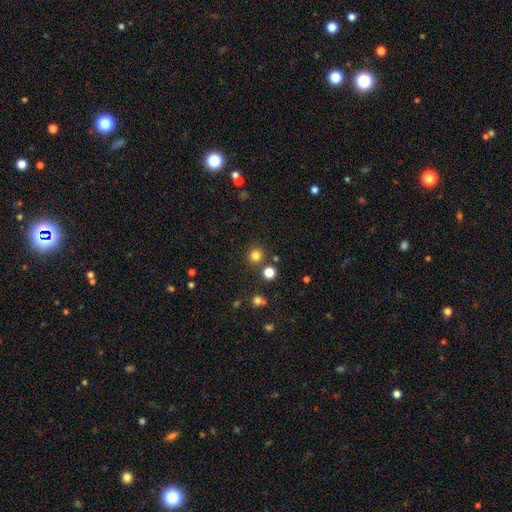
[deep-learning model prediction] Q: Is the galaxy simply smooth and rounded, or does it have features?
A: smooth — 80%.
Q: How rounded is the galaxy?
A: round — 94%.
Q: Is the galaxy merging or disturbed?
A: none — 86%.